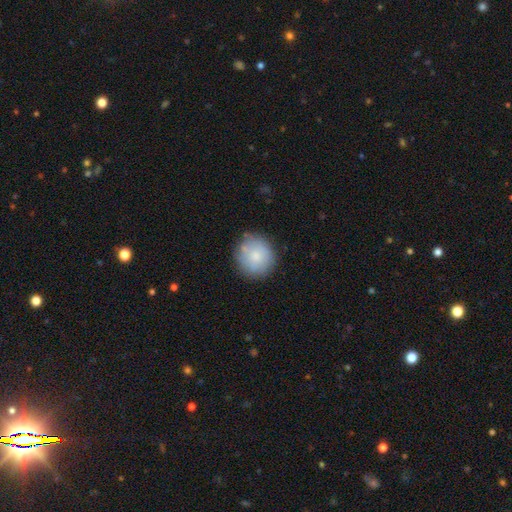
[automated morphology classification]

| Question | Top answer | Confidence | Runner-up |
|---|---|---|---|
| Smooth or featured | smooth | 77% | featured or disk (16%) |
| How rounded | round | 90% | in between (9%) |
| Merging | none | 79% | minor disturbance (14%) |